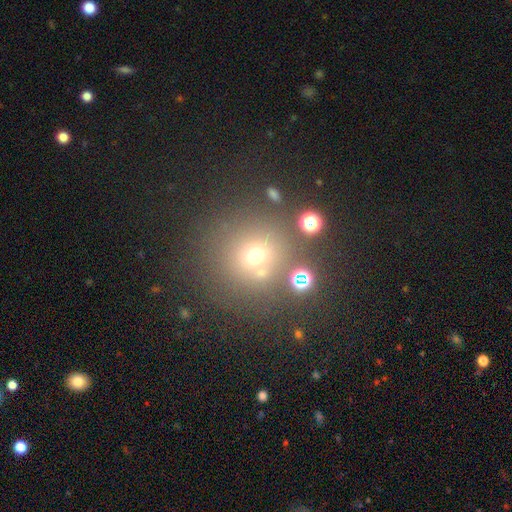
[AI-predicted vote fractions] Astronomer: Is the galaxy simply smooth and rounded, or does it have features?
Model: smooth — 63%.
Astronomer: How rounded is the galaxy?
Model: round — 90%.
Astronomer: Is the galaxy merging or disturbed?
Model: none — 71%.